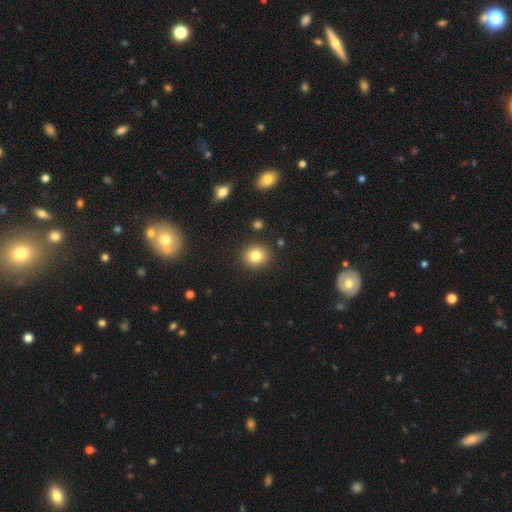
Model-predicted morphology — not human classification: The model was most divided on "how rounded": round: 79%, in between: 20%, cigar-shaped: 1%. More confident: merging — none (89%); smooth or featured — smooth (81%).